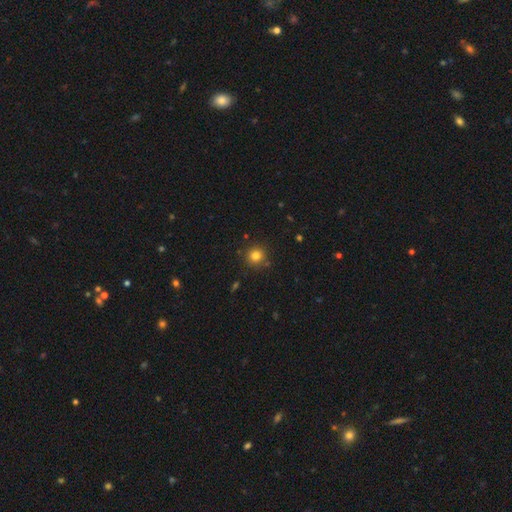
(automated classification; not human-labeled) Morphology: type=smooth (81%); roundness=round (92%); merging=none (86%).